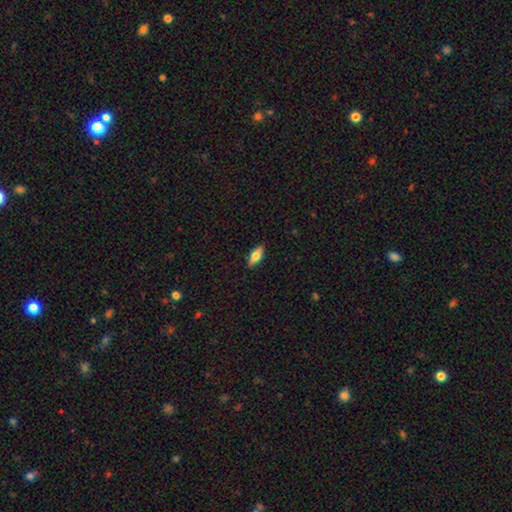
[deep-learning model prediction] This appears to be a smooth galaxy with no disk features (56%) that is in between round and cigar-shaped (67%). Merging: none (88%).